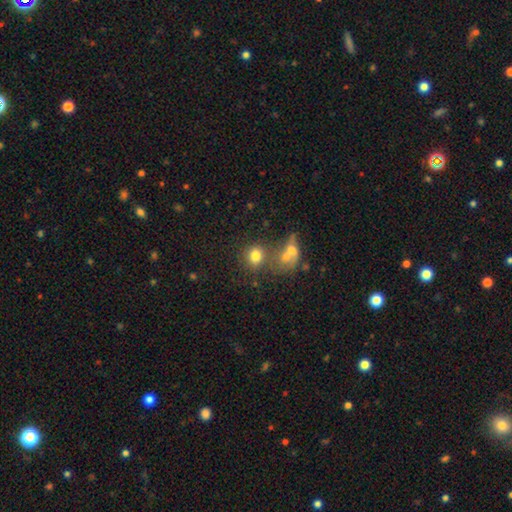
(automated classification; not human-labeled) Q: Smooth or featured?
A: smooth (76%); runner-up: star or artifact (13%)
Q: How rounded?
A: round (71%); runner-up: in between (28%)
Q: Merging?
A: none (54%); runner-up: merger (28%)